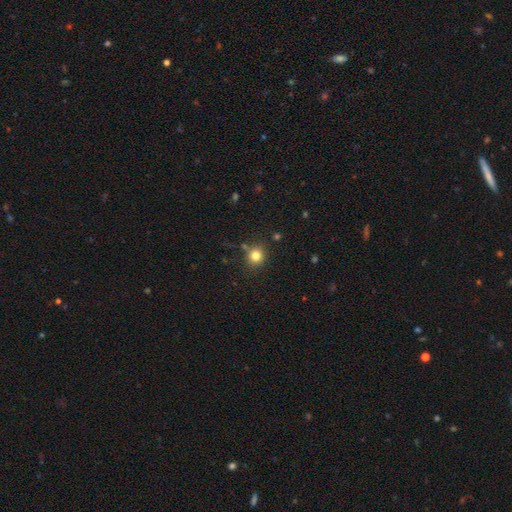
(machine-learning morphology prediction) type=smooth (80%); roundness=round (89%); merging=none (83%).